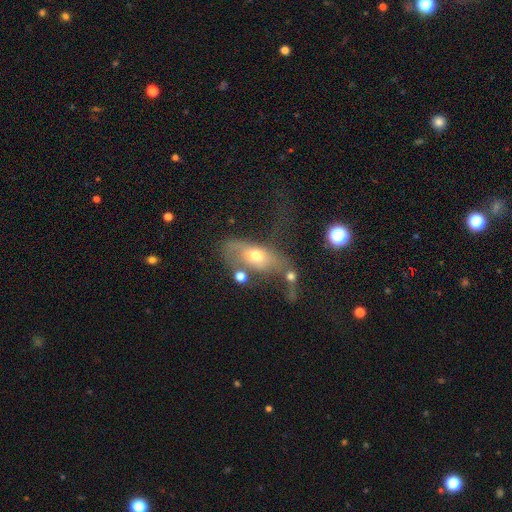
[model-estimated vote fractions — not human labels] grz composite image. It shows a smooth galaxy with no disk features (50%) that is in between round and cigar-shaped (80%). Merging: major disturbance (34%).